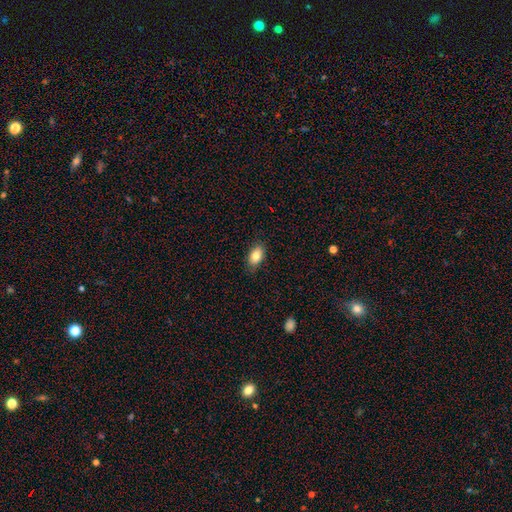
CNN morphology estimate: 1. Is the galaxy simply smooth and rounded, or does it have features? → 82% smooth, 10% featured or disk, 8% star or artifact.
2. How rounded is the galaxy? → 90% in between, 7% round, 2% cigar-shaped.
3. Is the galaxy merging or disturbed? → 85% none, 11% minor disturbance, 2% major disturbance, 1% merger.